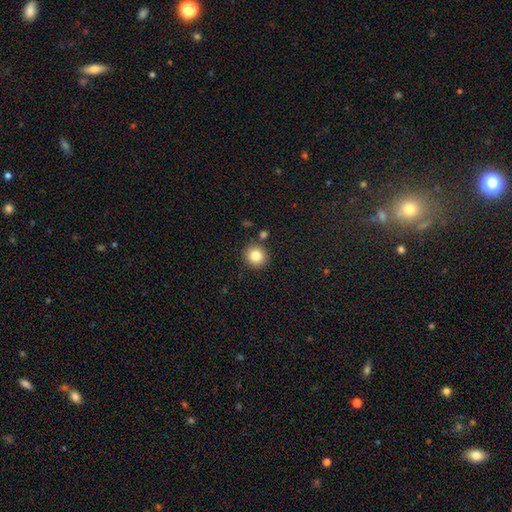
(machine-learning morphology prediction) The model was most divided on "smooth or featured": smooth: 82%, star or artifact: 11%, featured or disk: 7%. More confident: how rounded — round (91%); merging — none (87%).